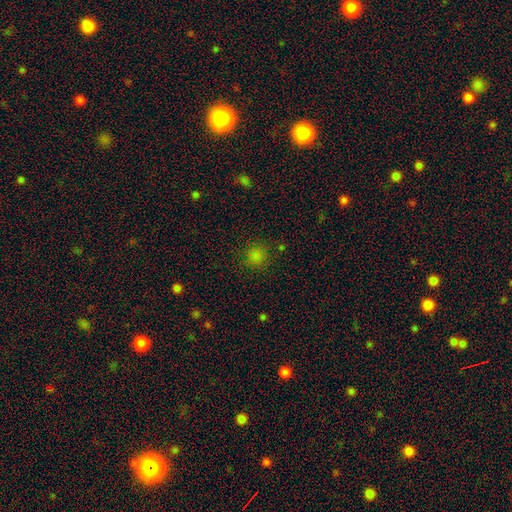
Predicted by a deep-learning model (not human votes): This appears to be a smooth galaxy with no disk features (74%) that is round (90%). Merging: none (86%).